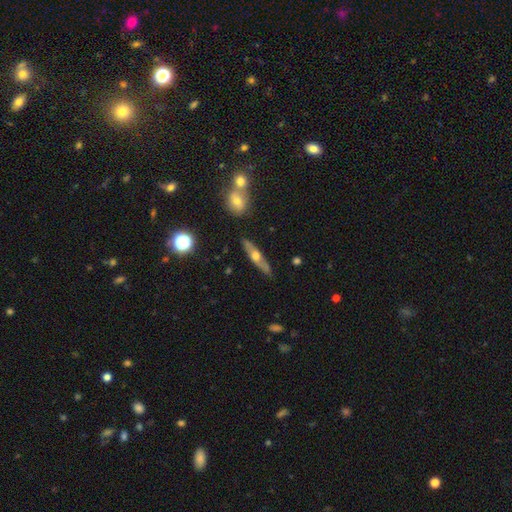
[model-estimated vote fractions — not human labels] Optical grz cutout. It shows a featured or disk galaxy (60%) viewed edge-on (82%). Merging: none (82%).